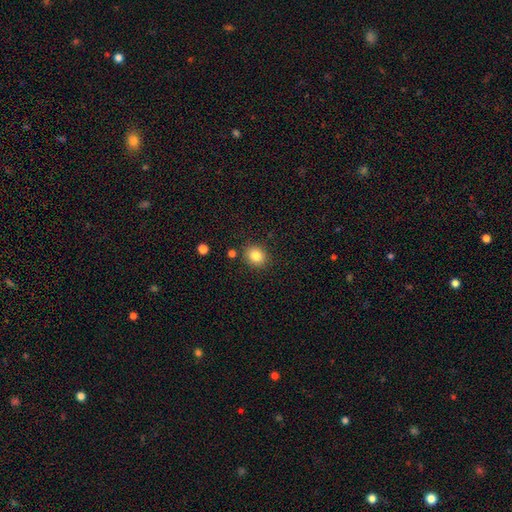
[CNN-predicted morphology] A smooth galaxy with no disk features (84%) that is round (72%).

Vote fractions:
- Smooth or featured? smooth: 84% / star or artifact: 10% / featured or disk: 6%
- How rounded? round: 72% / in between: 27% / cigar-shaped: 1%
- Merging? none: 87% / minor disturbance: 8% / merger: 3% / major disturbance: 2%